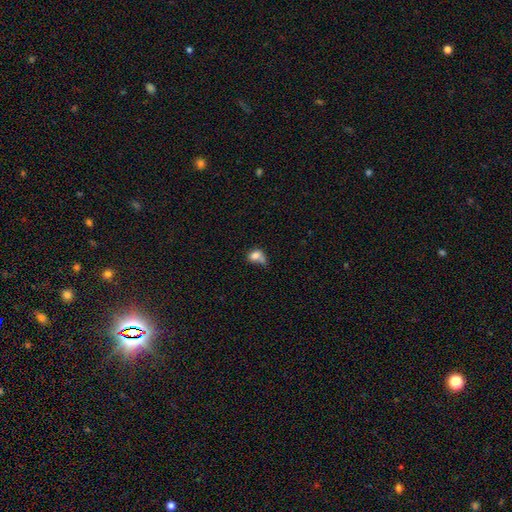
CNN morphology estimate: Smooth or featured: smooth — 77% (featured or disk — 13%)
How rounded: in between — 56% (round — 42%)
Merging: merger — 34% (none — 25%)